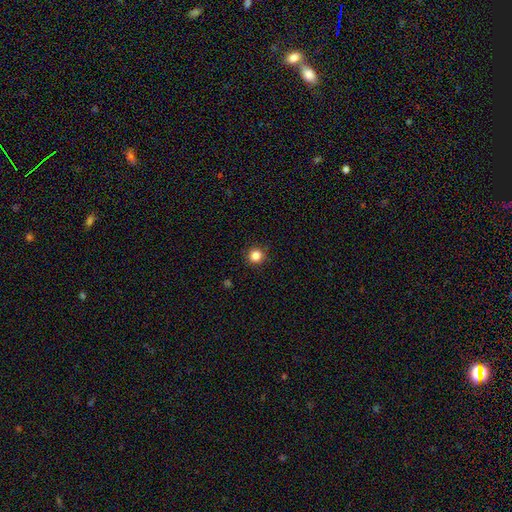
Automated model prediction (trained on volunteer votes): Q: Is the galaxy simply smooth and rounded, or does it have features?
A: smooth — 85%.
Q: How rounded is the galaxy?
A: round — 94%.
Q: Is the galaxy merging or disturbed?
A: none — 91%.